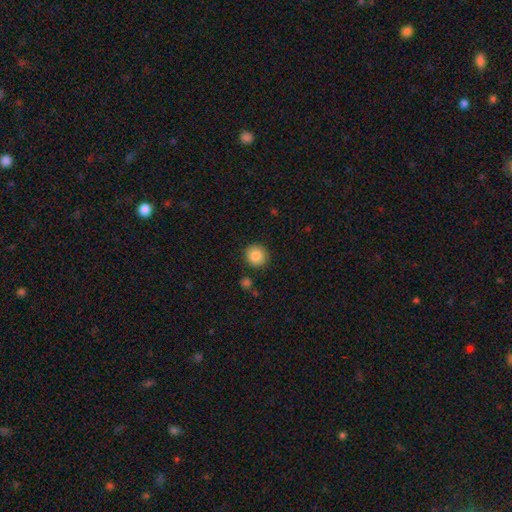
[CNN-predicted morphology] The model was most divided on "smooth or featured": smooth: 87%, star or artifact: 9%, featured or disk: 5%. More confident: how rounded — round (92%); merging — none (89%).